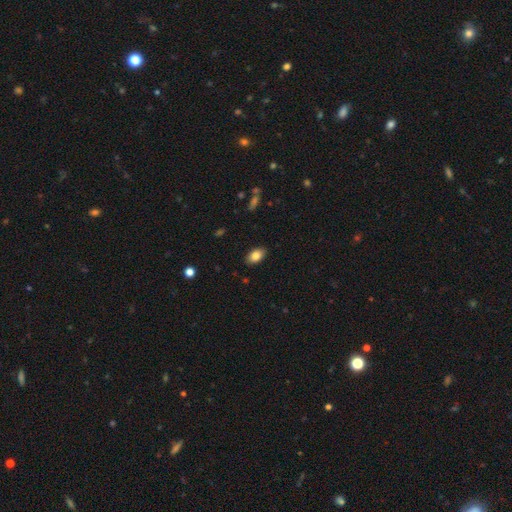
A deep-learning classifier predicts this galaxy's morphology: Smooth or featured? smooth (85%)
How rounded? in between (90%)
Merging? none (87%)